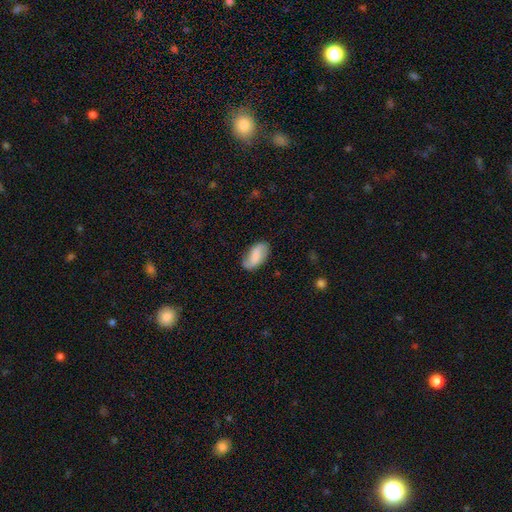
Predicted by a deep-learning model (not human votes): Smooth or featured?
  - smooth: 62% *
  - featured or disk: 30%
  - star or artifact: 7%
How rounded?
  - in between: 93% *
  - cigar-shaped: 4%
  - round: 3%
Merging?
  - none: 67% *
  - minor disturbance: 25%
  - major disturbance: 7%
  - merger: 2%